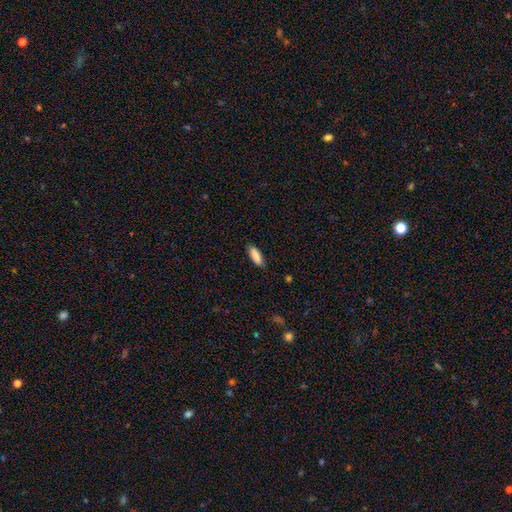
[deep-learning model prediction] This appears to be a smooth galaxy with no disk features (88%) that is in between round and cigar-shaped (69%). Merging: none (83%).